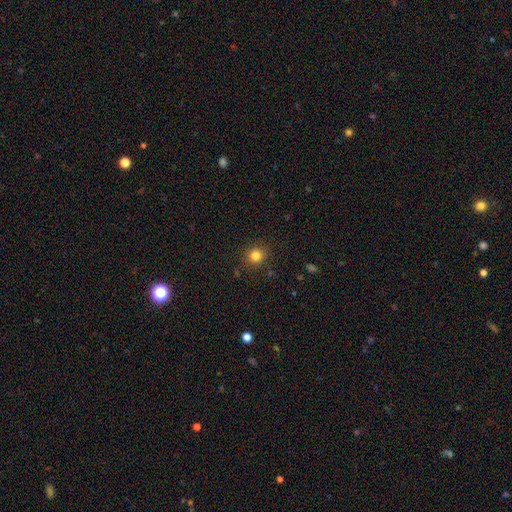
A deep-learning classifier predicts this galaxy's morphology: smooth-or-featured: smooth: 82% | star or artifact: 13% | featured or disk: 5%
  how-rounded: round: 86% | in between: 13% | cigar-shaped: 1%
  merging: none: 88% | minor disturbance: 8% | major disturbance: 3% | merger: 2%